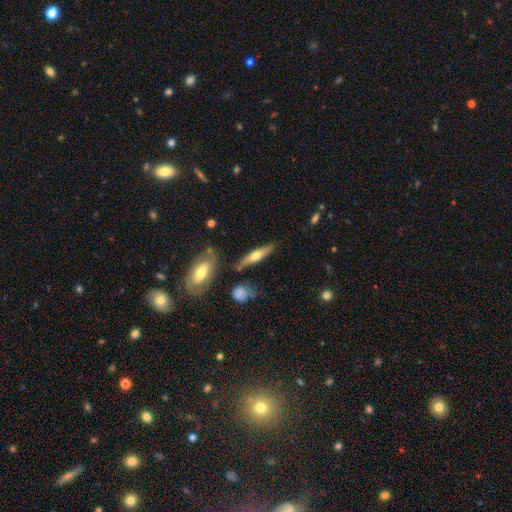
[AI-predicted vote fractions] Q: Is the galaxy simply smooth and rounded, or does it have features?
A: smooth — 48%.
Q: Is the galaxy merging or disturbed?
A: none — 79%.